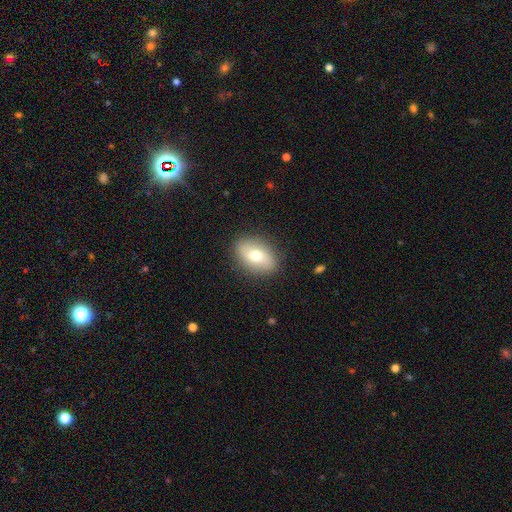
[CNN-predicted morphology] This is likely a smooth galaxy (69%). How rounded: clearly in between (81%). Merging: clearly none (87%).